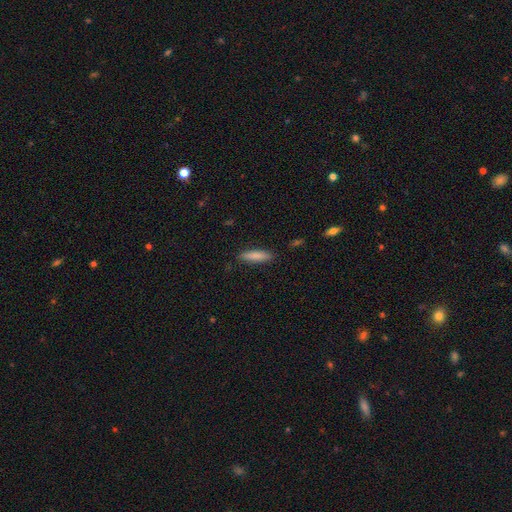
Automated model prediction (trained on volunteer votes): A smooth galaxy with no disk features (83%) that is cigar-shaped (76%). Merging: none (86%).